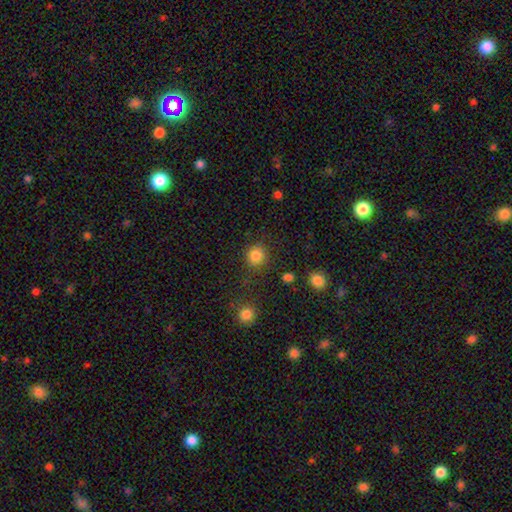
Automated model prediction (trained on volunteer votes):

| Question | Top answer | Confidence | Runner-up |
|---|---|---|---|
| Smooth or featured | smooth | 85% | star or artifact (11%) |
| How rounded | round | 90% | in between (9%) |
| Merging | none | 86% | minor disturbance (8%) |